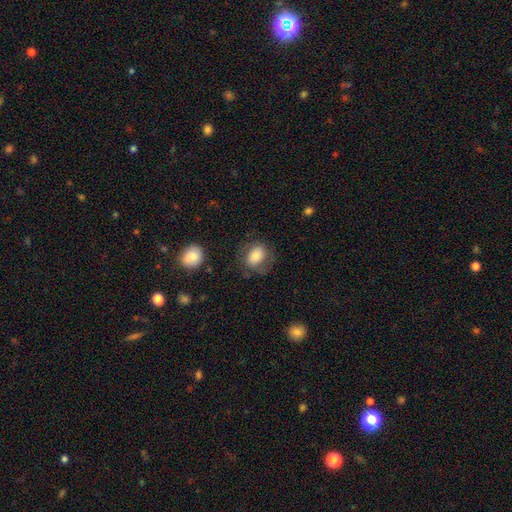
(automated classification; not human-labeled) smooth 75%, featured or disk 17%, star or artifact 8%. Down the decision tree: how rounded — in between (70%); merging — none (62%).